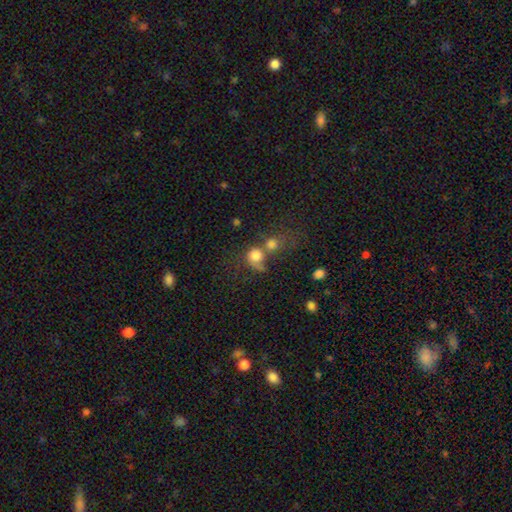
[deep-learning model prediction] Overall: smooth (75%). How rounded: round (77%). Merging: merger (52%; none 25%).